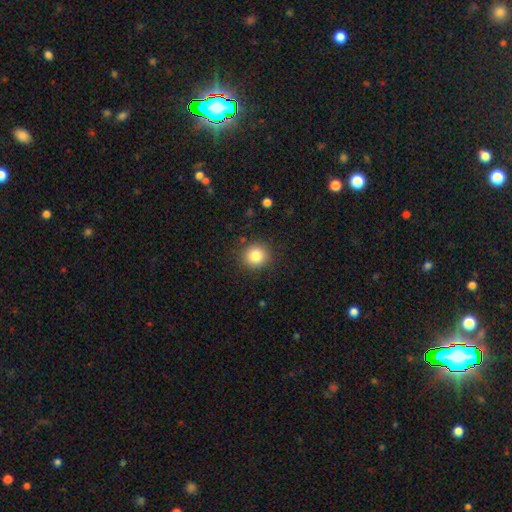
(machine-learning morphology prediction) Smooth or featured? smooth (83%)
How rounded? round (88%)
Merging? none (89%)